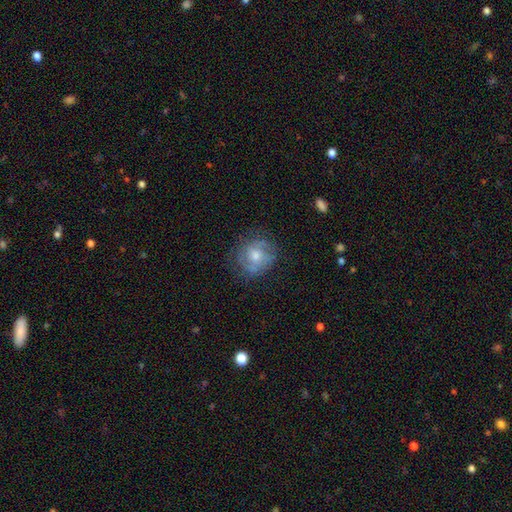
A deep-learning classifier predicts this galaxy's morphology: The model was most divided on "smooth or featured": featured or disk: 62%, smooth: 30%, star or artifact: 8%. More confident: edge-on disk — no (97%); spiral arms — yes (81%); bar — no (72%); merging — none (71%); bulge size — moderate (61%).